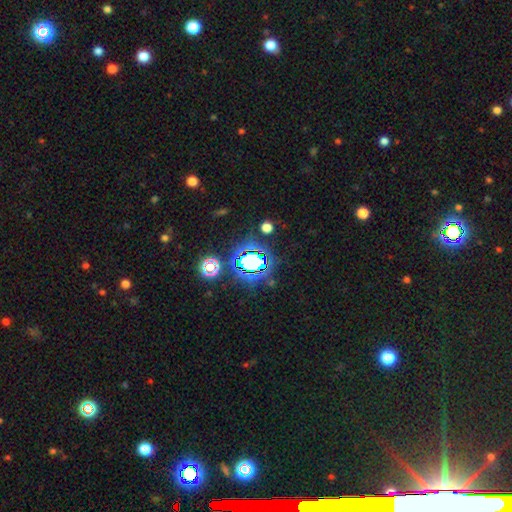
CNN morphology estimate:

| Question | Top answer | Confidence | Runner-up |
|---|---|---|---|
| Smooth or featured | star or artifact | 82% | smooth (11%) |